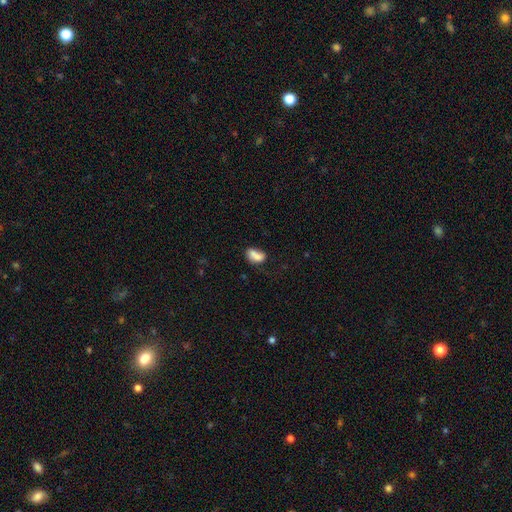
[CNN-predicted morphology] Smooth or featured?
  - smooth: 76% *
  - featured or disk: 14%
  - star or artifact: 10%
How rounded?
  - in between: 84% *
  - round: 13%
  - cigar-shaped: 4%
Merging?
  - none: 39% *
  - merger: 27%
  - minor disturbance: 23%
  - major disturbance: 11%